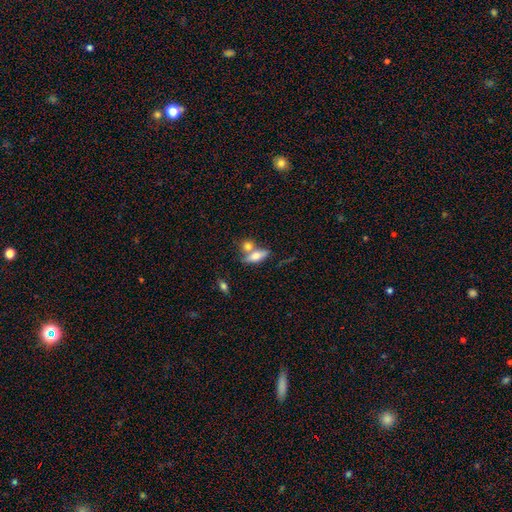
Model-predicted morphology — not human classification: This is likely a smooth galaxy (68%). How rounded: likely in between (65%). Merging: possibly none (46%).